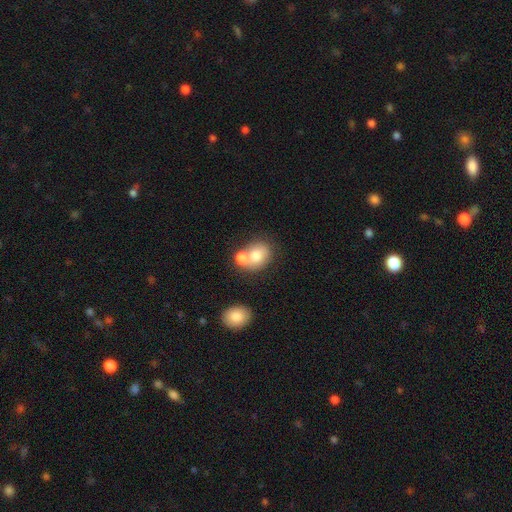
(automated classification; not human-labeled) smooth-or-featured: smooth: 74% | featured or disk: 17% | star or artifact: 9%
  how-rounded: round: 54% | in between: 45% | cigar-shaped: 1%
  merging: merger: 50% | none: 36% | minor disturbance: 10% | major disturbance: 4%